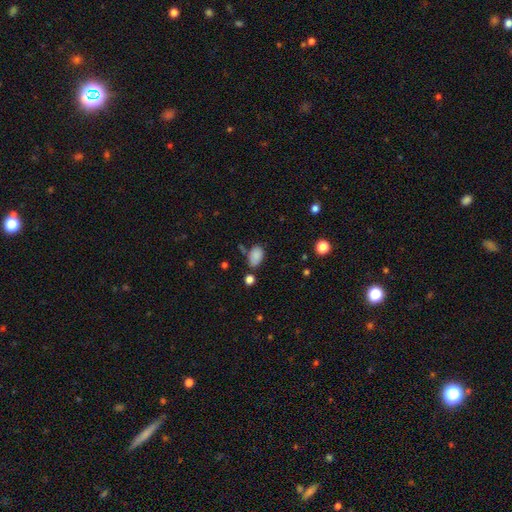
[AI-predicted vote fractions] Overall: smooth (85%). How rounded: in between (89%). Merging: none (65%).